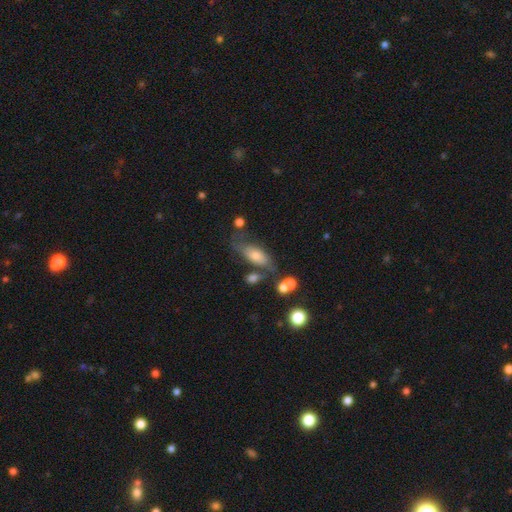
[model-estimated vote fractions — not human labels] Overall: smooth (54%; featured or disk 36%). How rounded: in between (78%). Merging: none (50%; minor disturbance 24%).